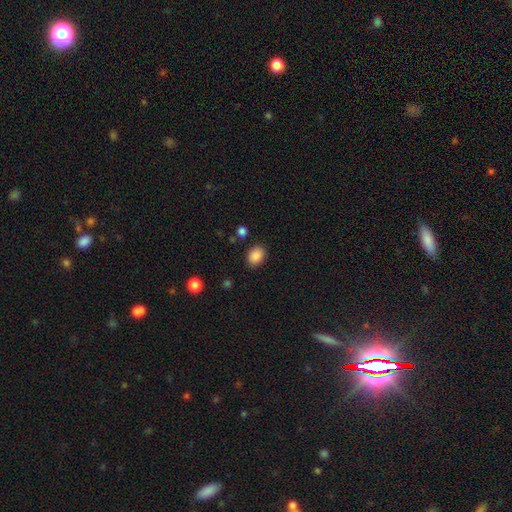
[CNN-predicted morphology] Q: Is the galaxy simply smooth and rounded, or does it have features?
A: smooth — 88%.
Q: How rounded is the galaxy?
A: in between — 62%.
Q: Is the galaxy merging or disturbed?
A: none — 86%.